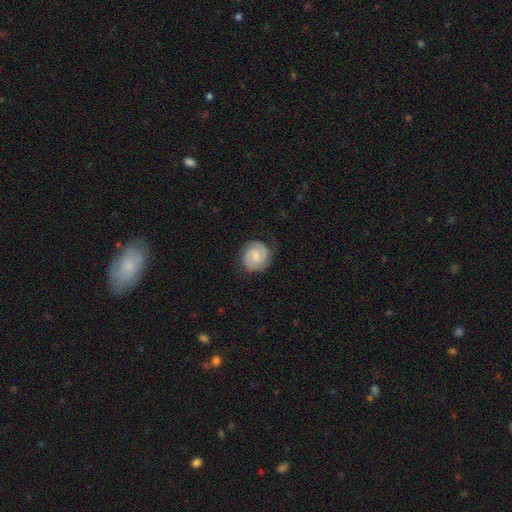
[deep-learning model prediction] smooth_or_featured: featured or disk (p=0.73) [alt: smooth p=0.20]
disk_edge_on: no (p=0.98) [alt: yes p=0.02]
bar: no (p=0.52) [alt: weak p=0.41]
has_spiral_arms: yes (p=0.97) [alt: no p=0.03]
spiral_winding: tight (p=0.56) [alt: medium p=0.37]
spiral_arm_count: 2 (p=0.87) [alt: can't tell p=0.05]
bulge_size: small (p=0.40) [alt: none p=0.29]
merging: none (p=0.82) [alt: minor disturbance p=0.13]